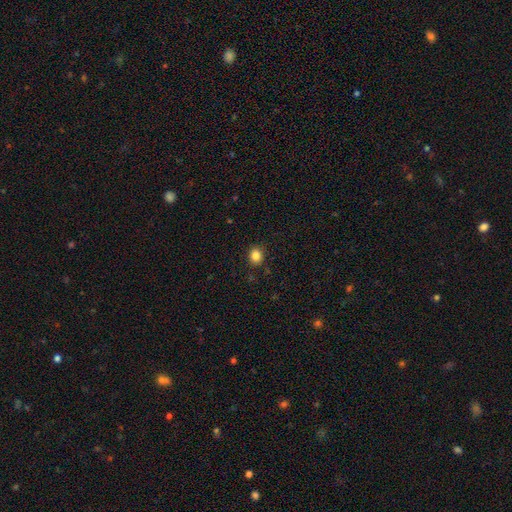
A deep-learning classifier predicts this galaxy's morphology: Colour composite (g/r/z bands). It shows a smooth galaxy with no disk features (84%) that is round (65%). Merging: none (88%).